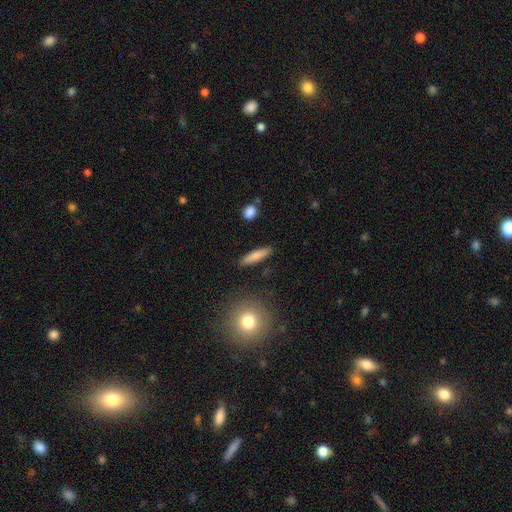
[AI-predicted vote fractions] Smooth or featured?
  - smooth: 80% *
  - featured or disk: 14%
  - star or artifact: 6%
How rounded?
  - cigar-shaped: 80% *
  - in between: 18%
  - round: 2%
Merging?
  - none: 89% *
  - minor disturbance: 7%
  - major disturbance: 2%
  - merger: 2%